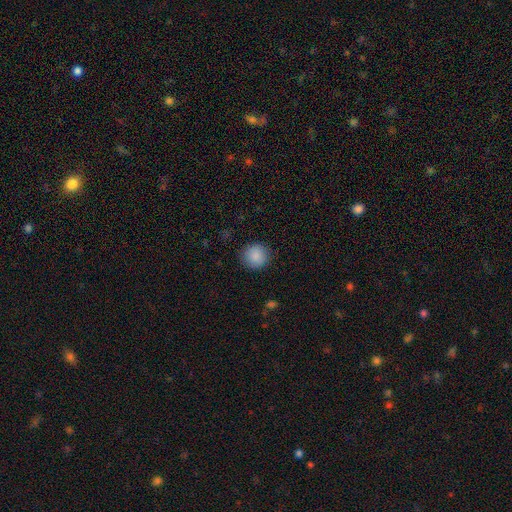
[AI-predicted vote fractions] This is clearly a smooth galaxy (88%). How rounded: clearly round (92%). Merging: clearly none (88%).